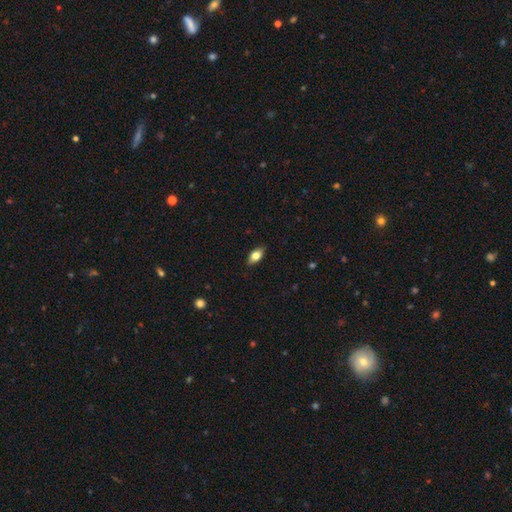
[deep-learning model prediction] Smooth or featured: smooth — 76% (featured or disk — 17%)
How rounded: in between — 87% (cigar-shaped — 7%)
Merging: none — 87% (minor disturbance — 10%)